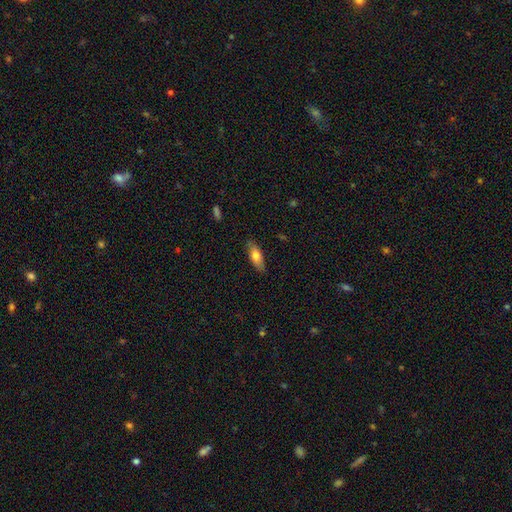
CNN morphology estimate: smooth-or-featured: smooth: 73% | featured or disk: 21% | star or artifact: 6%
  how-rounded: in between: 67% | cigar-shaped: 31% | round: 3%
  merging: none: 84% | minor disturbance: 12% | major disturbance: 2% | merger: 1%